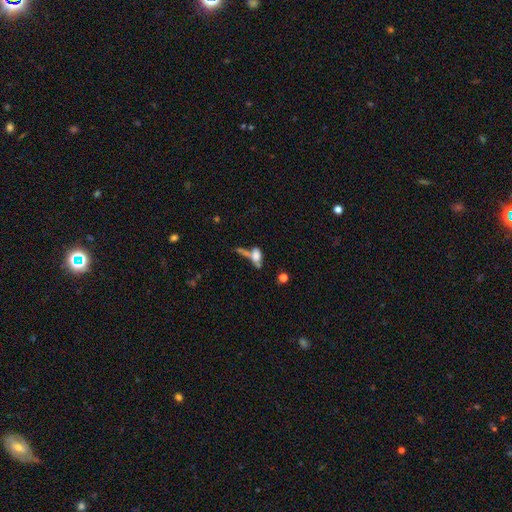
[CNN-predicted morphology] Smooth or featured?
  - smooth: 63% *
  - featured or disk: 24%
  - star or artifact: 13%
How rounded?
  - in between: 74% *
  - cigar-shaped: 14%
  - round: 13%
Merging?
  - merger: 41% *
  - none: 26%
  - major disturbance: 19%
  - minor disturbance: 13%